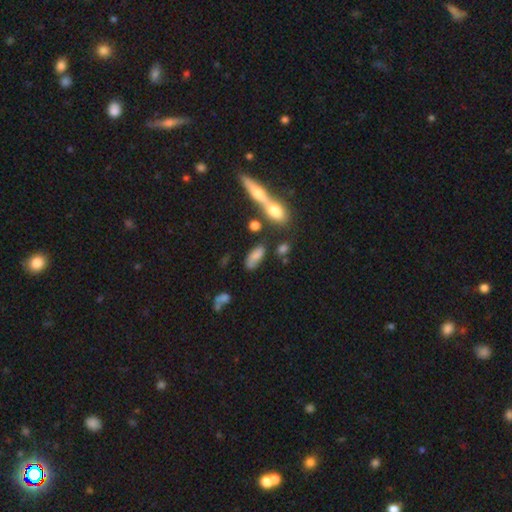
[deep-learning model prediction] Morphology: type=smooth (71%); roundness=in between (77%); merging=none (54%).